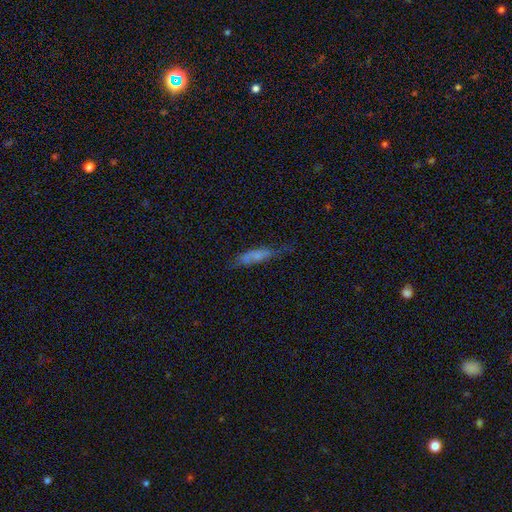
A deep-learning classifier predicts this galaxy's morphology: This is possibly a smooth galaxy (59%). How rounded: likely cigar-shaped (69%). Merging: possibly none (51%).